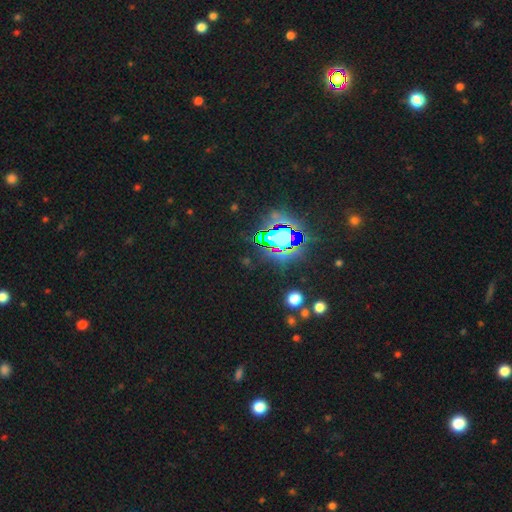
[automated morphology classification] Overall: star or artifact (82%).